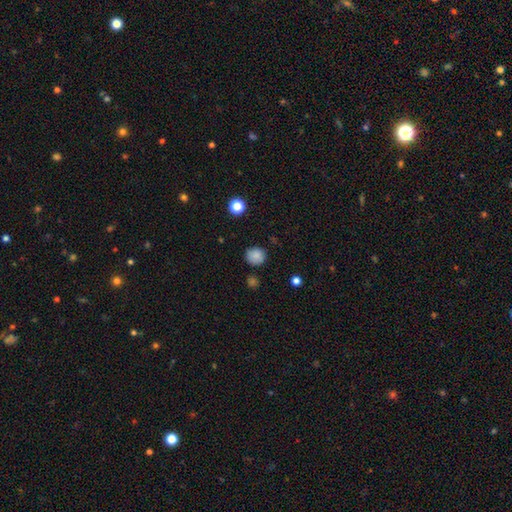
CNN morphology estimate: Overall: smooth (84%). How rounded: round (88%). Merging: none (82%).